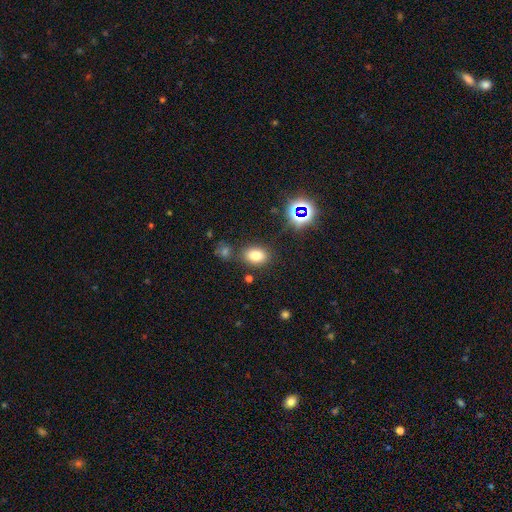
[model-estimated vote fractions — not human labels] This appears to be a smooth galaxy with no disk features (75%) that is in between round and cigar-shaped (76%). Merging: none (79%).